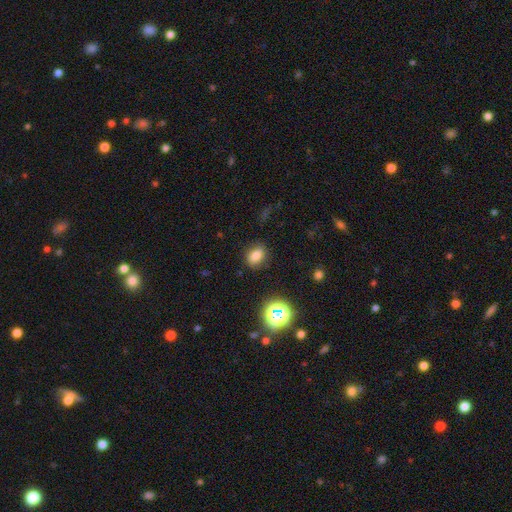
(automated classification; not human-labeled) Q: Smooth or featured?
A: smooth (78%); runner-up: star or artifact (16%)
Q: How rounded?
A: in between (66%); runner-up: round (32%)
Q: Merging?
A: none (84%); runner-up: minor disturbance (11%)